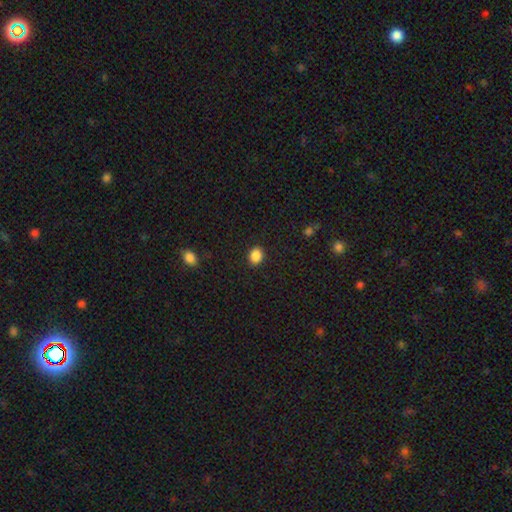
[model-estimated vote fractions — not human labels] Overall: smooth (88%). How rounded: in between (54%; round 45%). Merging: none (89%).